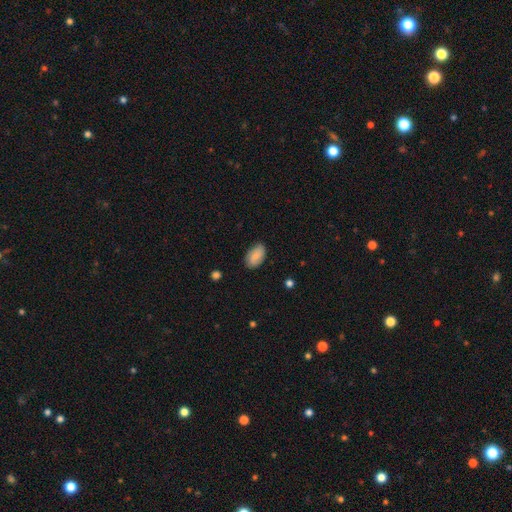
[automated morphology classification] smooth-or-featured: smooth: 78% | featured or disk: 15% | star or artifact: 7%
  how-rounded: in between: 93% | round: 5% | cigar-shaped: 2%
  merging: none: 81% | minor disturbance: 15% | major disturbance: 3% | merger: 1%